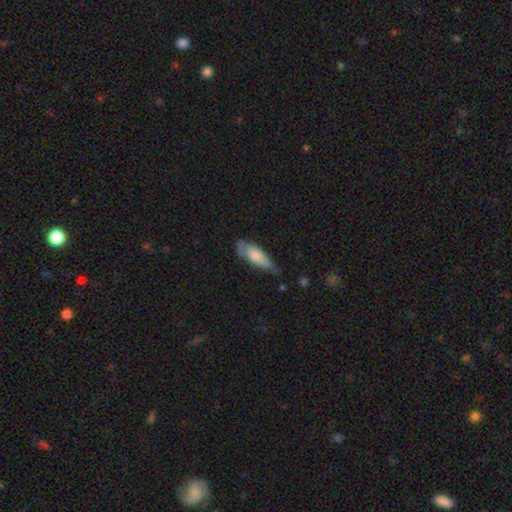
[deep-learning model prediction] This appears to be a smooth galaxy with no disk features (65%) that is in between round and cigar-shaped (68%). Merging: none (48%).